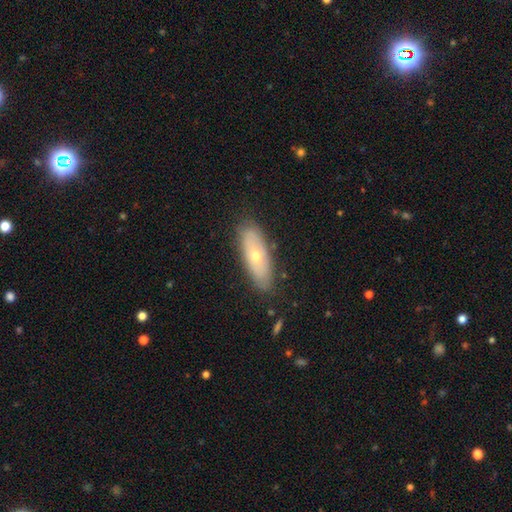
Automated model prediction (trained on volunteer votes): A smooth galaxy with no disk features (47%). Merging: none (82%).